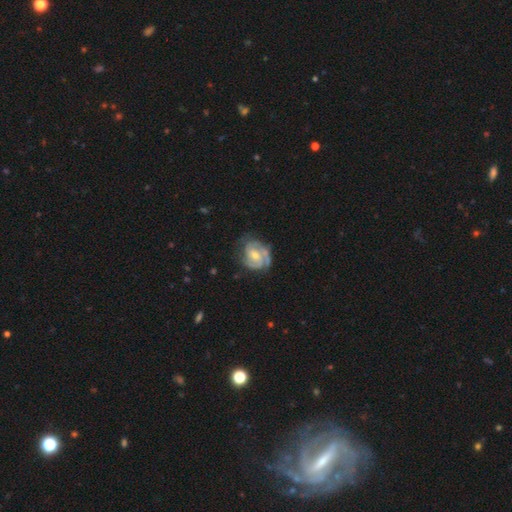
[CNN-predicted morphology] featured or disk 84%, smooth 12%, star or artifact 5%. Down the decision tree: edge-on disk — no (98%); bar — no (52%); spiral arms — yes (95%); spiral arm count — 2 (47%); spiral winding — tight (60%); bulge size — small (48%); merging — none (61%).